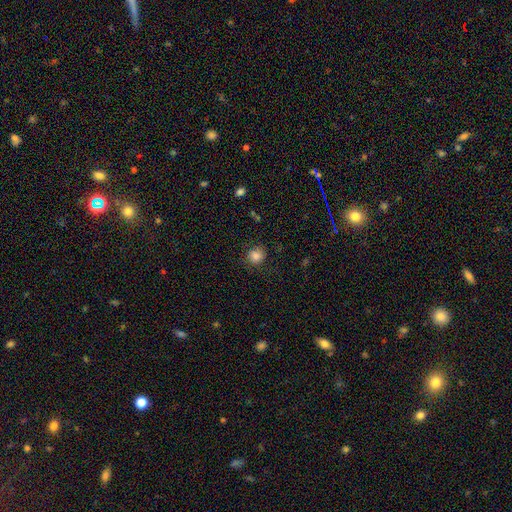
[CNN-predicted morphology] type=smooth (81%); roundness=round (83%); merging=none (77%).